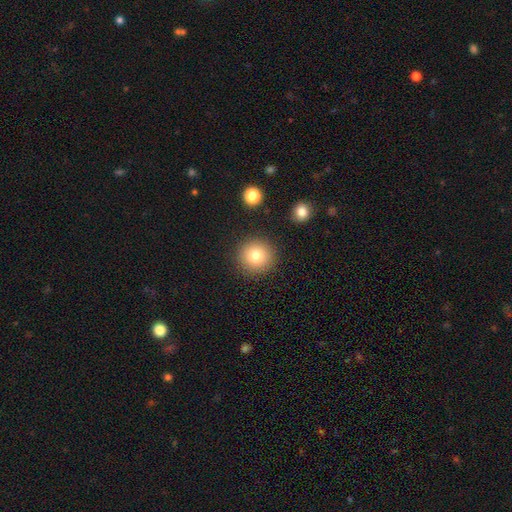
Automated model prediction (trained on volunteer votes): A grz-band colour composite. It shows a smooth galaxy with no disk features (81%) that is round (94%). Merging: none (89%).